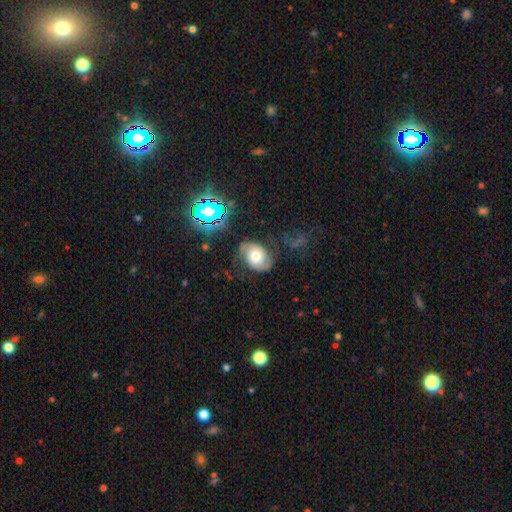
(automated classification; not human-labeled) smooth-or-featured: featured or disk: 60% | smooth: 29% | star or artifact: 11%
  disk-edge-on: no: 96% | yes: 4%
    bar: no: 73% | weak: 21% | strong: 6%
    has-spiral-arms: yes: 84% | no: 16%
    bulge-size: moderate: 62% | large: 21% | small: 12% | dominant: 3% | none: 2%
  merging: none: 65% | minor disturbance: 20% | major disturbance: 12% | merger: 2%